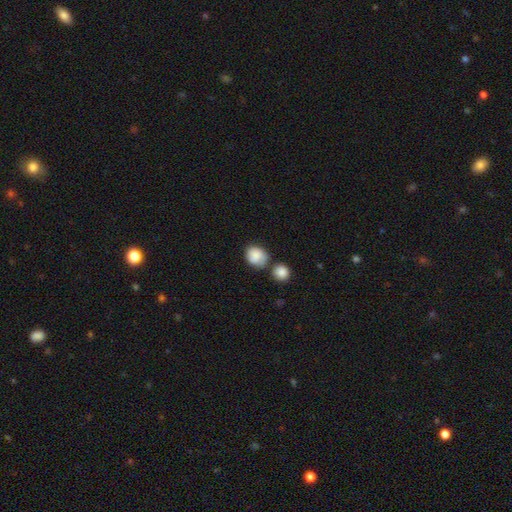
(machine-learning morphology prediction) Overall: smooth (83%). How rounded: round (59%; in between 40%). Merging: none (52%; minor disturbance 22%).